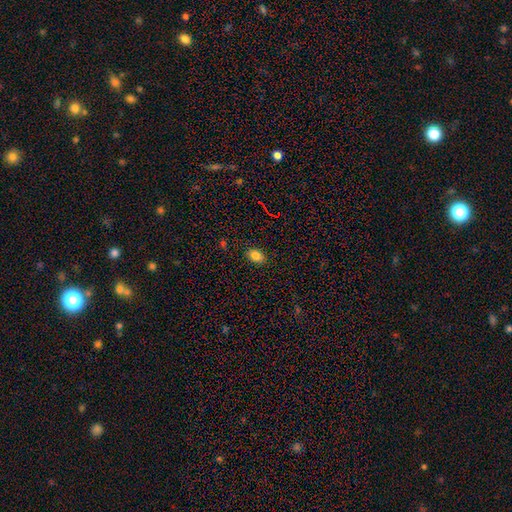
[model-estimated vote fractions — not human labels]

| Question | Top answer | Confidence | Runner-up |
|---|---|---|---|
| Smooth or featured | smooth | 83% | star or artifact (11%) |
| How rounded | in between | 81% | round (18%) |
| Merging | none | 88% | minor disturbance (9%) |